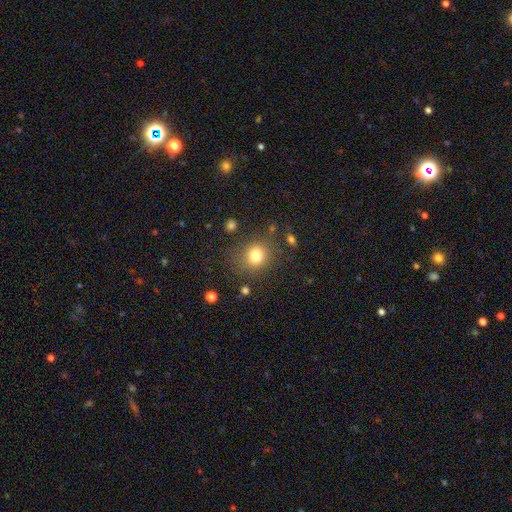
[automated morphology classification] Smooth or featured? Predicted: smooth (p=0.79). How rounded? Predicted: round (p=0.81). Merging? Predicted: none (p=0.78).